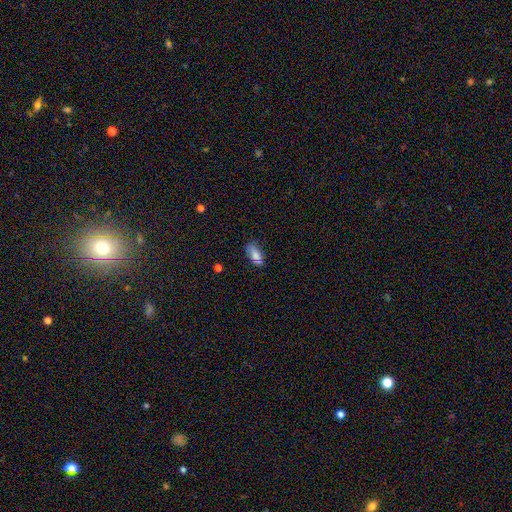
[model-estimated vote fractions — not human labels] Smooth or featured?
  - smooth: 77% *
  - featured or disk: 13%
  - star or artifact: 9%
How rounded?
  - in between: 85% *
  - cigar-shaped: 11%
  - round: 4%
Merging?
  - none: 63% *
  - minor disturbance: 25%
  - major disturbance: 7%
  - merger: 5%